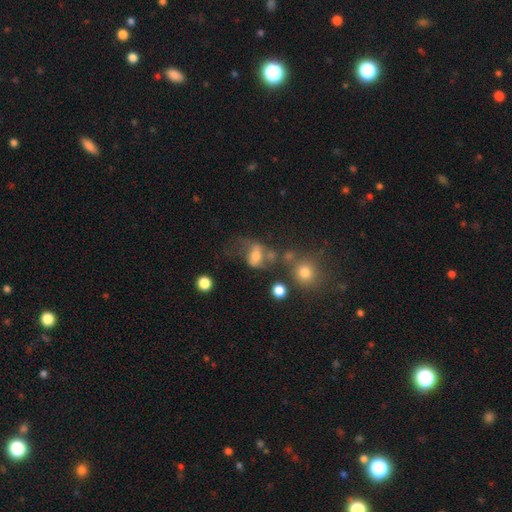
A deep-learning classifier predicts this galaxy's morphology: Smooth or featured: smooth — 57% (featured or disk — 28%)
How rounded: in between — 69% (round — 28%)
Merging: major disturbance — 35% (none — 29%)